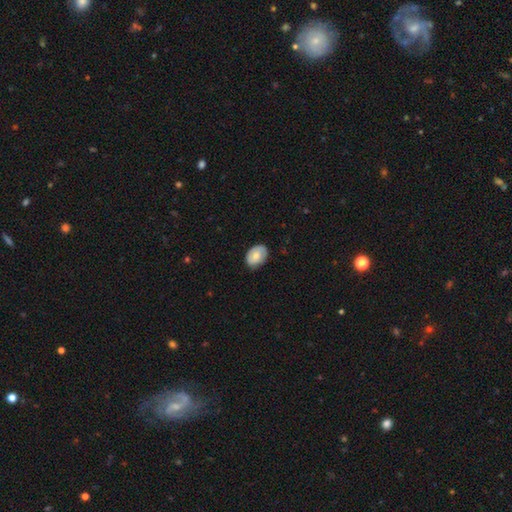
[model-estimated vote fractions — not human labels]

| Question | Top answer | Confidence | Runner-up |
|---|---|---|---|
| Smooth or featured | smooth | 69% | featured or disk (25%) |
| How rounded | in between | 79% | round (20%) |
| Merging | none | 79% | minor disturbance (17%) |